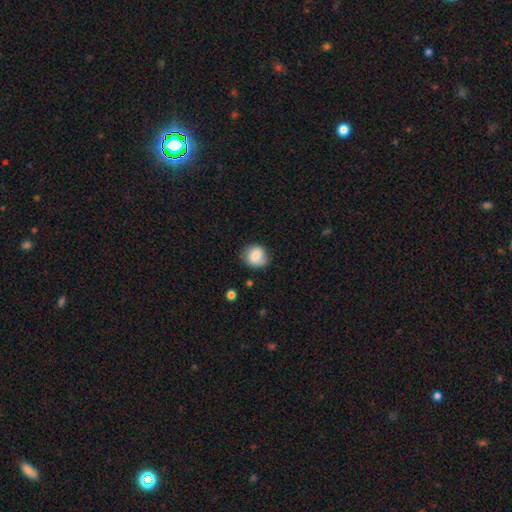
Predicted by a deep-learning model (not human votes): Smooth or featured? smooth (76%)
How rounded? round (81%)
Merging? none (68%)